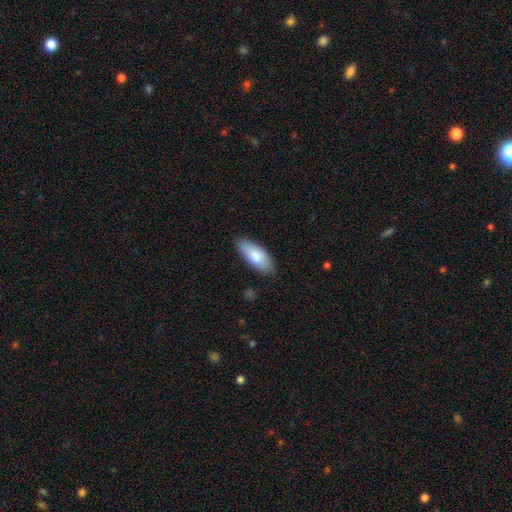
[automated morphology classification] The model was most divided on "how rounded": in between: 79%, cigar-shaped: 19%, round: 2%. More confident: merging — none (84%); smooth or featured — smooth (82%).